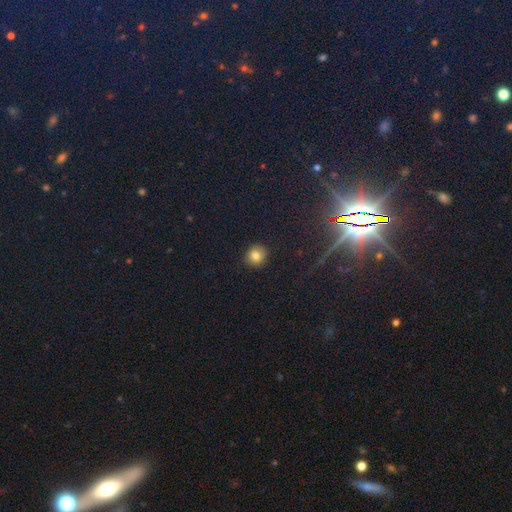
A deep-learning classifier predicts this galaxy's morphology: smooth_or_featured: smooth (p=0.80) [alt: star or artifact p=0.13]
how_rounded: round (p=0.90) [alt: in between p=0.09]
merging: none (p=0.91) [alt: minor disturbance p=0.06]